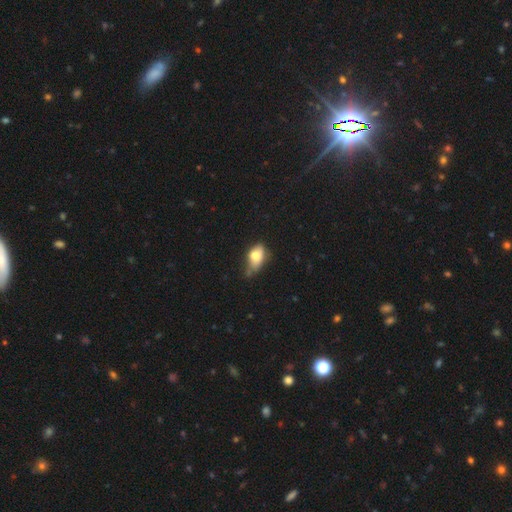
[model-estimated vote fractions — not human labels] Smooth or featured?
  - smooth: 71% *
  - featured or disk: 20%
  - star or artifact: 9%
How rounded?
  - in between: 85% *
  - round: 11%
  - cigar-shaped: 4%
Merging?
  - minor disturbance: 45% *
  - none: 32%
  - major disturbance: 17%
  - merger: 6%